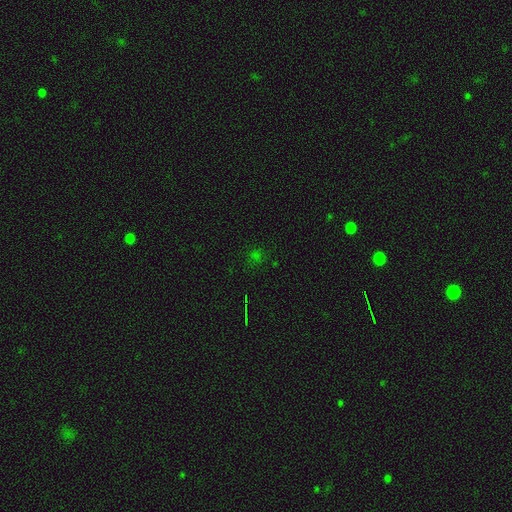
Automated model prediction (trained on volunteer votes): smooth_or_featured: star or artifact (p=0.56) [alt: smooth p=0.36]